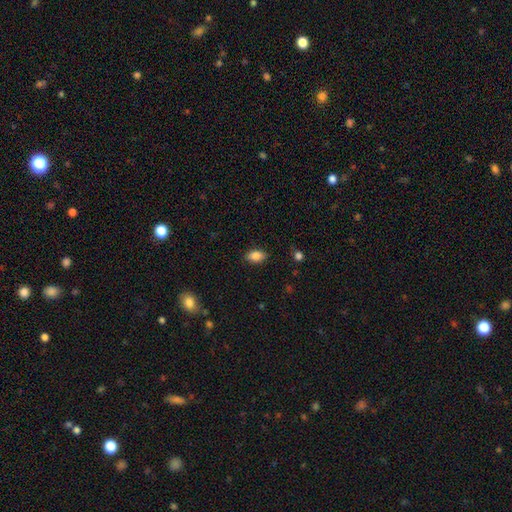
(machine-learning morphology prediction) Smooth or featured?
  - smooth: 87% *
  - star or artifact: 8%
  - featured or disk: 5%
How rounded?
  - in between: 90% *
  - round: 7%
  - cigar-shaped: 2%
Merging?
  - none: 87% *
  - minor disturbance: 10%
  - major disturbance: 2%
  - merger: 1%